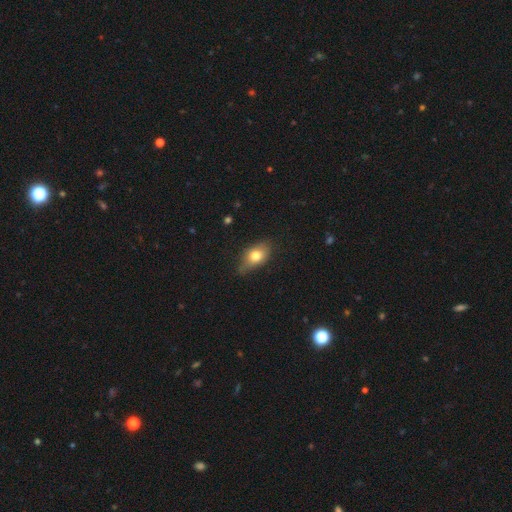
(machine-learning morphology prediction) Smooth or featured: smooth — 75% (featured or disk — 17%)
How rounded: in between — 82% (round — 13%)
Merging: none — 65% (minor disturbance — 28%)